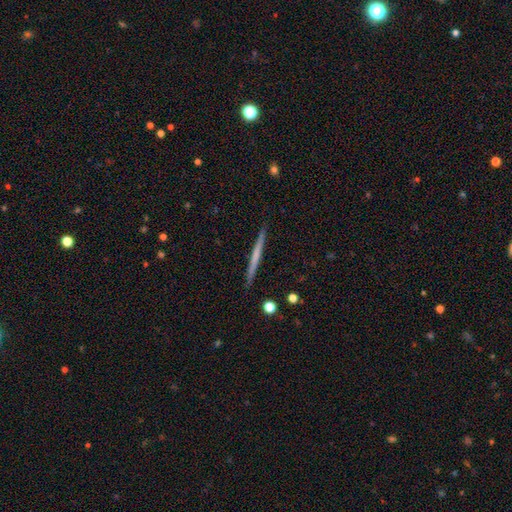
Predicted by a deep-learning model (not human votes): Smooth or featured: featured or disk — 48% (smooth — 46%)
Merging: none — 91% (minor disturbance — 6%)